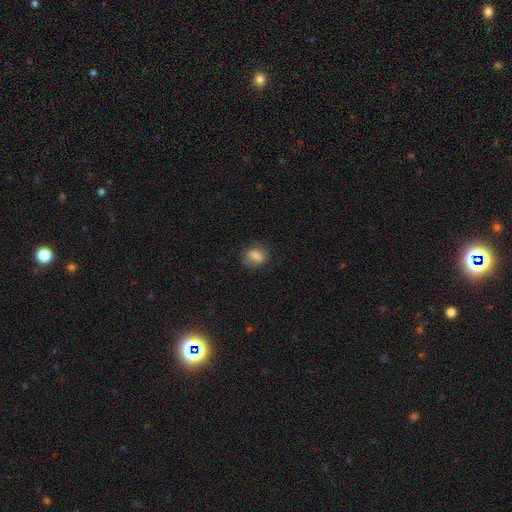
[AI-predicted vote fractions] Smooth or featured?
  - smooth: 82% *
  - featured or disk: 9%
  - star or artifact: 9%
How rounded?
  - in between: 64% *
  - round: 34%
  - cigar-shaped: 2%
Merging?
  - none: 74% *
  - minor disturbance: 19%
  - major disturbance: 6%
  - merger: 1%